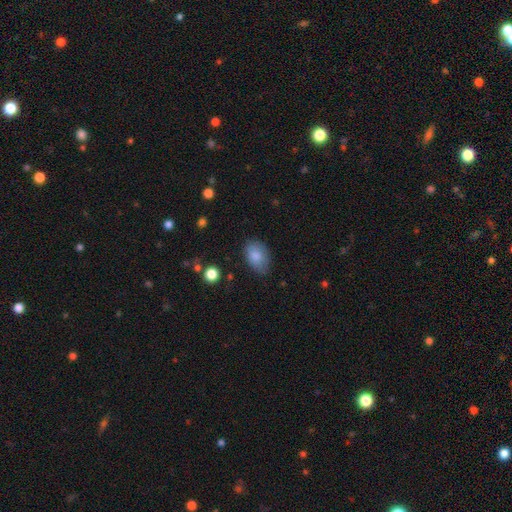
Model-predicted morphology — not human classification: Overall: smooth (83%). How rounded: in between (86%). Merging: none (69%).